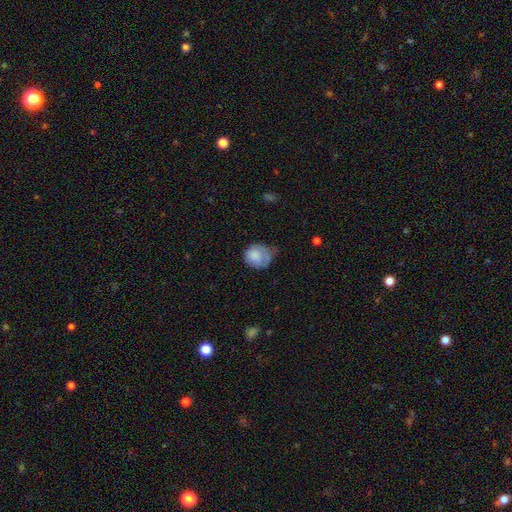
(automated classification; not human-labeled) This is likely a smooth galaxy (77%). How rounded: likely round (68%). Merging: marginally minor disturbance (40%).